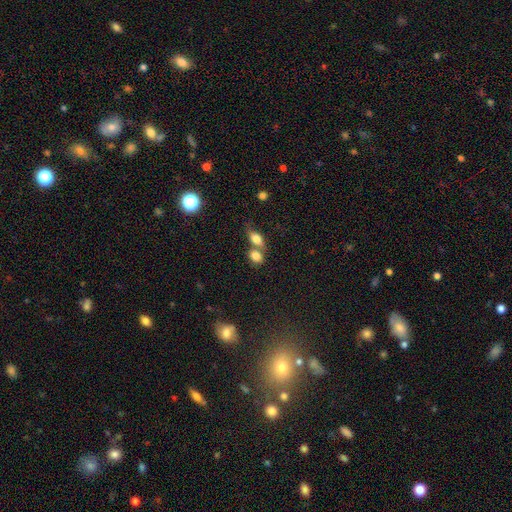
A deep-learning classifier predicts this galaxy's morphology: This is clearly a smooth galaxy (80%). How rounded: likely in between (77%). Merging: possibly merger (55%).